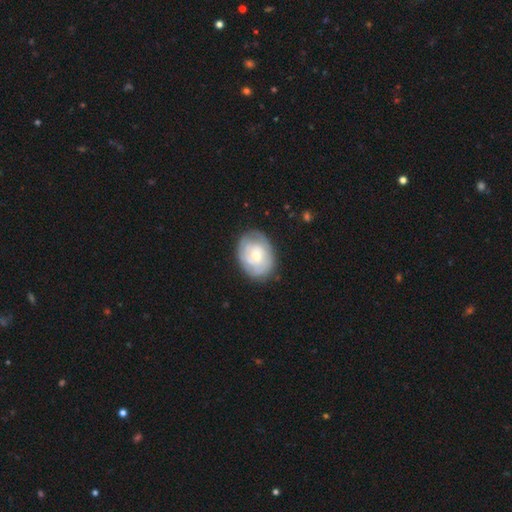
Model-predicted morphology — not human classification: A featured or disk galaxy (63%) with no bar (76%), spiral arms (74%) and a small central bulge (51%).

Vote fractions:
- Smooth or featured? featured or disk: 63% / smooth: 31% / star or artifact: 6%
- Edge-on disk? no: 97% / yes: 3%
- Bar? no: 76% / weak: 20% / strong: 4%
- Spiral arms? yes: 74% / no: 26%
- Bulge size? small: 51% / moderate: 44% / large: 3% / none: 1% / dominant: 1%
- Merging? none: 77% / minor disturbance: 17% / major disturbance: 5% / merger: 1%